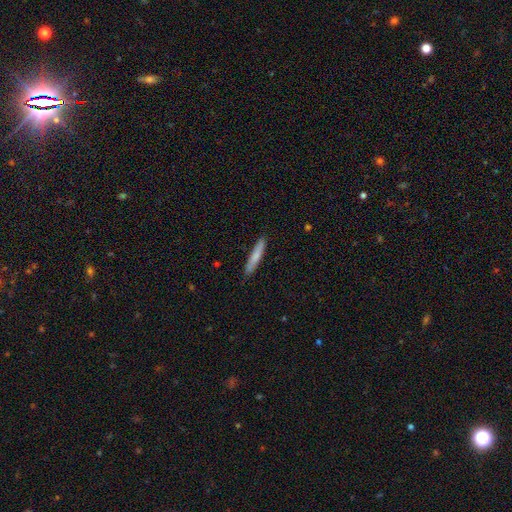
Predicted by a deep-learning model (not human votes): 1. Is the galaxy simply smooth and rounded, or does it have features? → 74% smooth, 20% featured or disk, 6% star or artifact.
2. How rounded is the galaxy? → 93% cigar-shaped, 5% in between, 1% round.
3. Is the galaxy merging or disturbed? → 89% none, 8% minor disturbance, 1% major disturbance, 1% merger.